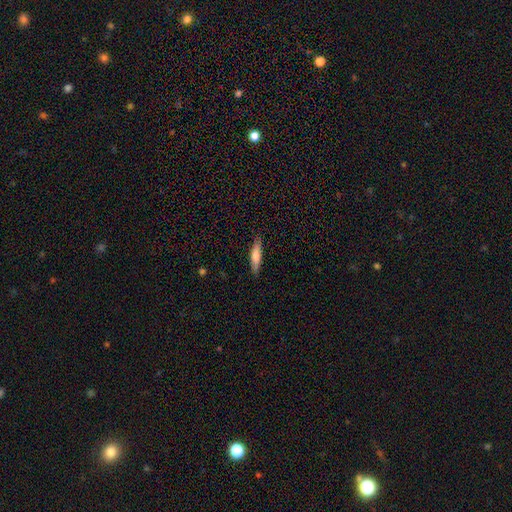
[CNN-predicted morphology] smooth 68%, featured or disk 26%, star or artifact 6%. Down the decision tree: how rounded — cigar-shaped (77%); merging — none (87%).